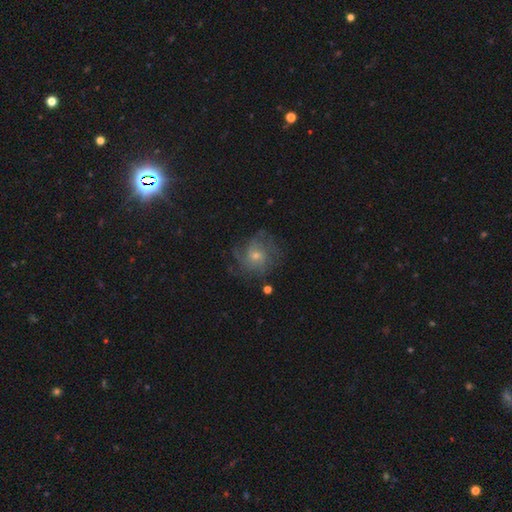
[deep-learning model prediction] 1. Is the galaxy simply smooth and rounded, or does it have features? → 62% featured or disk, 21% smooth, 17% star or artifact.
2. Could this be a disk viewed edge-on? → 97% no, 3% yes.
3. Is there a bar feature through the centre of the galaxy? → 76% no, 21% weak, 3% strong.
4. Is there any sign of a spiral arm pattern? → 88% yes, 12% no.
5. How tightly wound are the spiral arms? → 42% tight, 41% medium, 17% loose.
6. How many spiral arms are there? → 39% can't tell, 21% 3, 13% 4, 13% 2, 7% more than 4, 6% 1.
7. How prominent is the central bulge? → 55% small, 39% moderate, 3% large, 2% none, 1% dominant.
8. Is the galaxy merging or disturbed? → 69% none, 17% minor disturbance, 12% major disturbance, 2% merger.